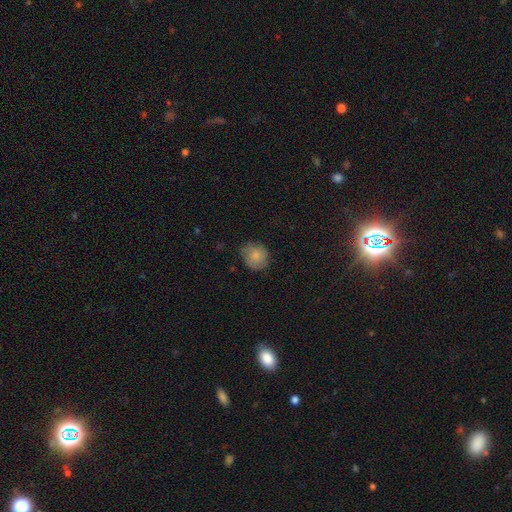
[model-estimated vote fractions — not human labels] A smooth galaxy with no disk features (75%) that is round (80%). Merging: none (71%).